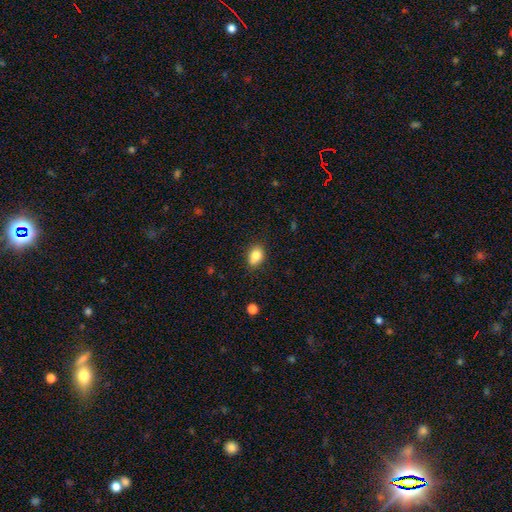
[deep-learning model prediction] This appears to be a smooth galaxy with no disk features (82%) that is in between round and cigar-shaped (68%). Merging: none (72%).